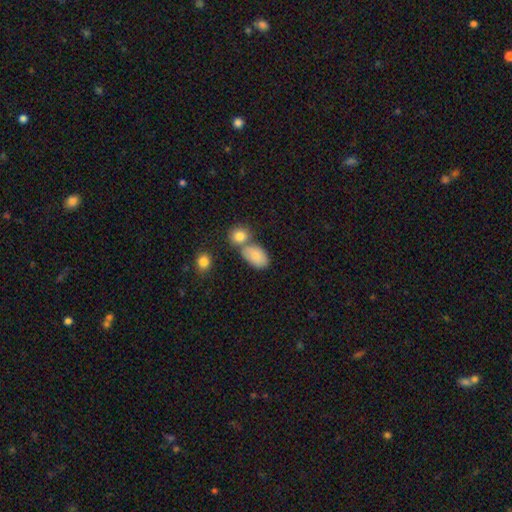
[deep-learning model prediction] Smooth or featured? Predicted: smooth (p=0.82). How rounded? Predicted: in between (p=0.88). Merging? Predicted: none (p=0.50).